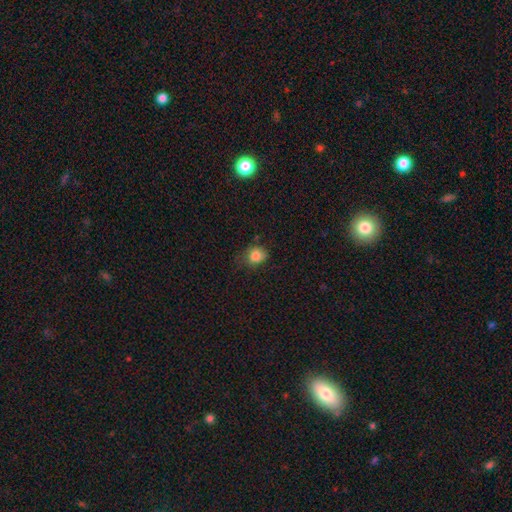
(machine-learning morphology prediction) smooth 83%, star or artifact 11%, featured or disk 6%. Down the decision tree: how rounded — round (58%); merging — none (57%).